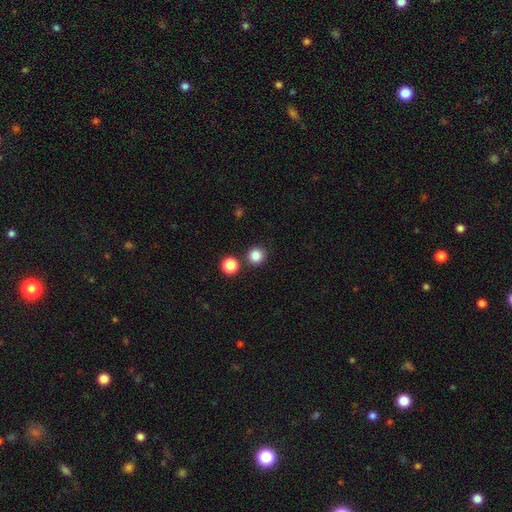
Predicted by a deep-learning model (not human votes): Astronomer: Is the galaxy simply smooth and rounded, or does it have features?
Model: smooth — 85%.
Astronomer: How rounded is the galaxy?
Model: round — 94%.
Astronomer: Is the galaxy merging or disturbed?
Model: none — 84%.